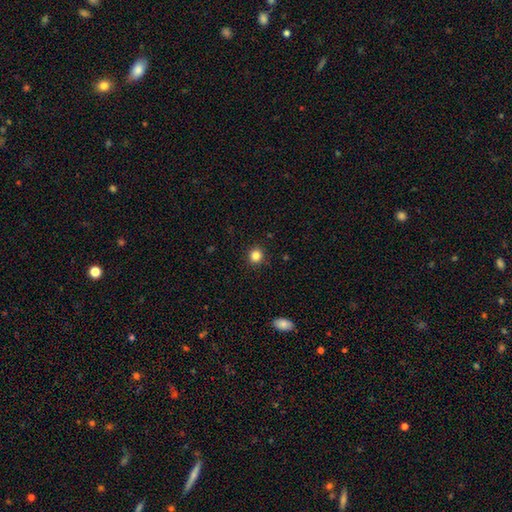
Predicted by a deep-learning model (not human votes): Smooth or featured? Predicted: smooth (p=0.84). How rounded? Predicted: round (p=0.90). Merging? Predicted: none (p=0.91).